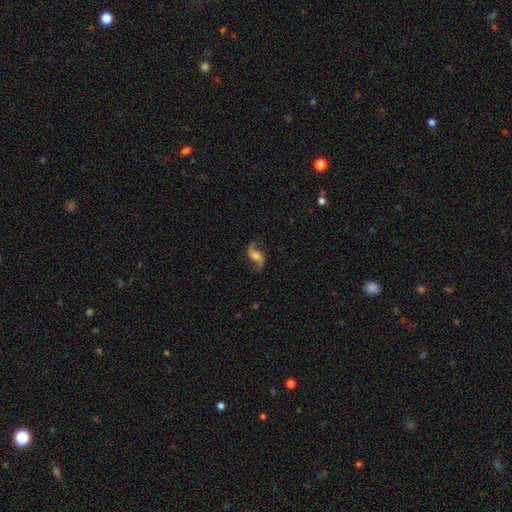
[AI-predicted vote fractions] Q: Smooth or featured?
A: featured or disk (81%); runner-up: smooth (12%)
Q: Edge-on disk?
A: no (95%); runner-up: yes (5%)
Q: Bar?
A: no (46%); runner-up: weak (36%)
Q: Spiral arms?
A: yes (95%); runner-up: no (5%)
Q: Spiral winding?
A: loose (79%); runner-up: medium (17%)
Q: Spiral arm count?
A: 2 (93%); runner-up: 1 (2%)
Q: Bulge size?
A: moderate (47%); runner-up: small (31%)
Q: Merging?
A: none (79%); runner-up: minor disturbance (13%)